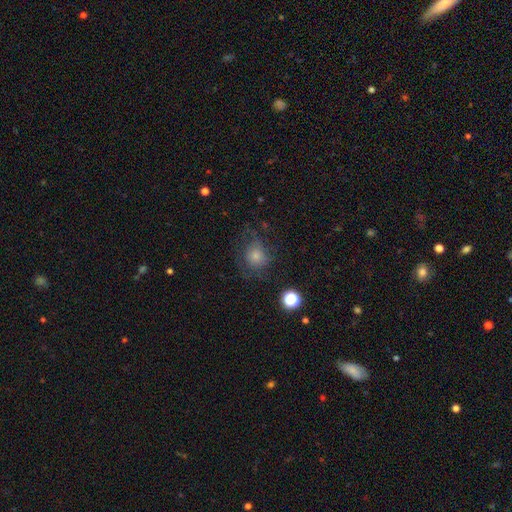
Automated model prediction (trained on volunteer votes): Smooth or featured? smooth (48%)
Merging? none (65%)